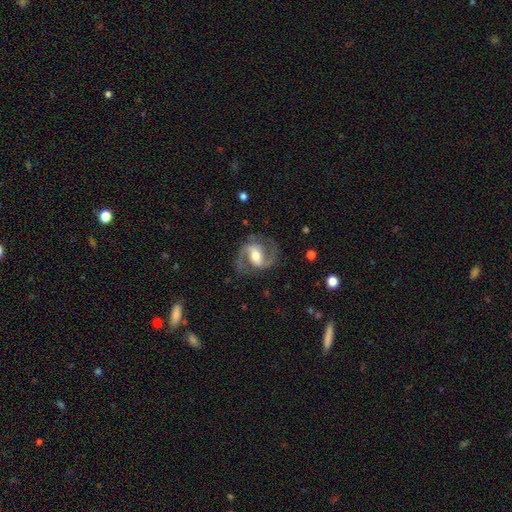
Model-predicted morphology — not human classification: Smooth or featured? Predicted: featured or disk (p=0.87). Edge-on disk? Predicted: no (p=0.97). Bar? Predicted: weak (p=0.42). Spiral arms? Predicted: yes (p=0.95). Spiral winding? Predicted: medium (p=0.61). Spiral arm count? Predicted: 2 (p=0.92). Bulge size? Predicted: moderate (p=0.64). Merging? Predicted: none (p=0.78).